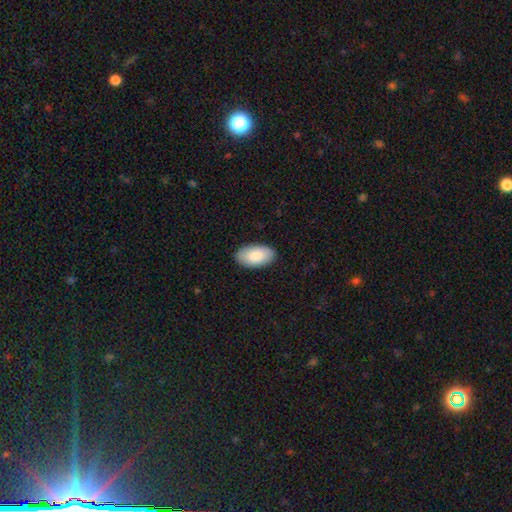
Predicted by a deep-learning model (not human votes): This is clearly a smooth galaxy (86%). How rounded: clearly in between (96%). Merging: clearly none (88%).